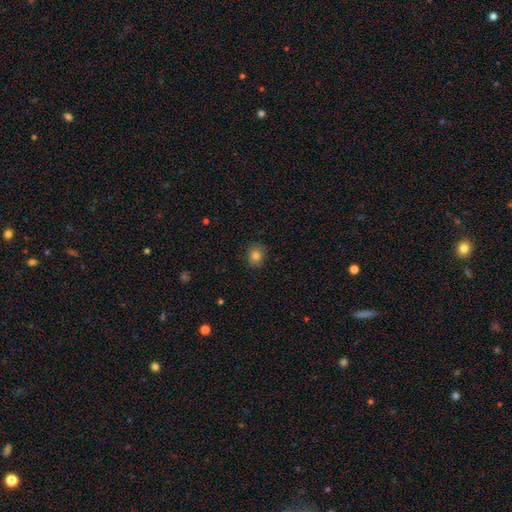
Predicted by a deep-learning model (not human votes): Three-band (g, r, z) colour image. It shows a smooth galaxy with no disk features (82%) that is round (78%). Merging: none (87%).